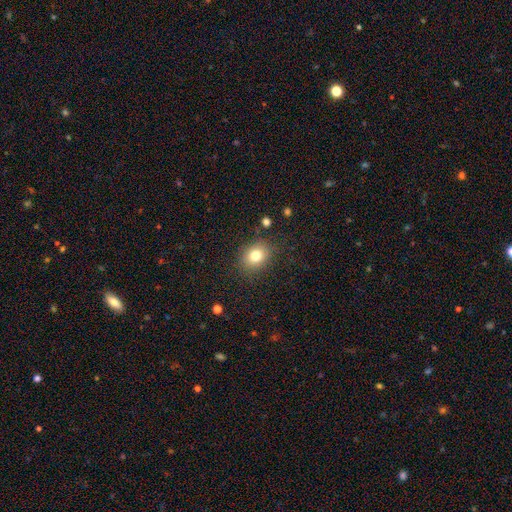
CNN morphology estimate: Smooth or featured: smooth — 79% (star or artifact — 12%)
How rounded: round — 51% (in between — 48%)
Merging: none — 84% (minor disturbance — 11%)